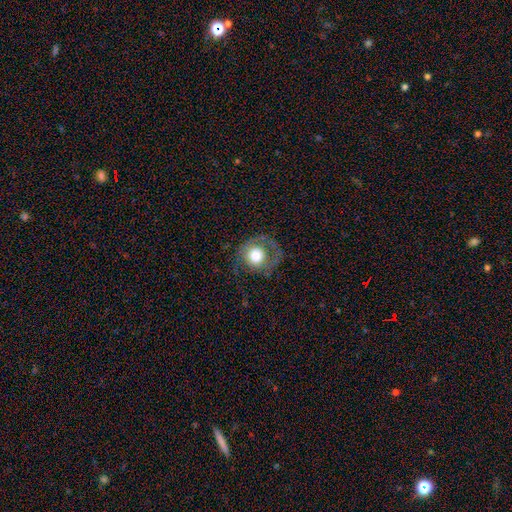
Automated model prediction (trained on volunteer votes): Morphology: type=smooth (60%); roundness=round (86%); merging=none (53%).